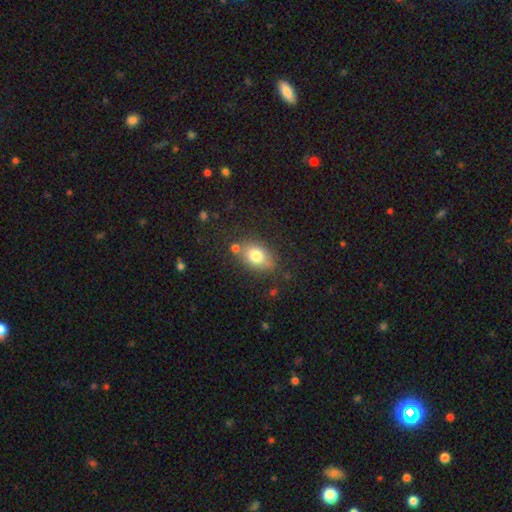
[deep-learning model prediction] Smooth or featured: smooth — 78% (featured or disk — 13%)
How rounded: in between — 78% (round — 20%)
Merging: none — 71% (minor disturbance — 16%)